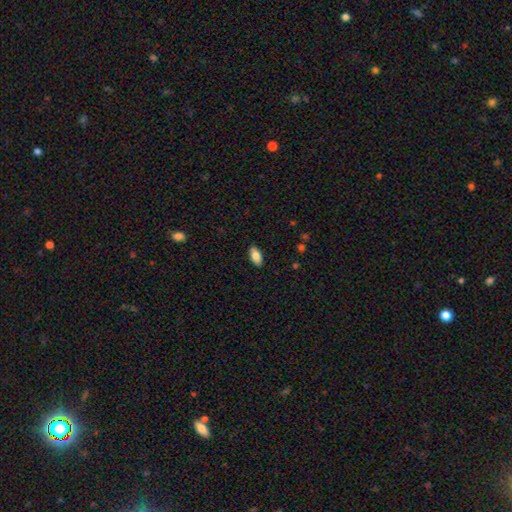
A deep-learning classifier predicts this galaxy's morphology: Smooth or featured? smooth (83%)
How rounded? in between (91%)
Merging? none (89%)